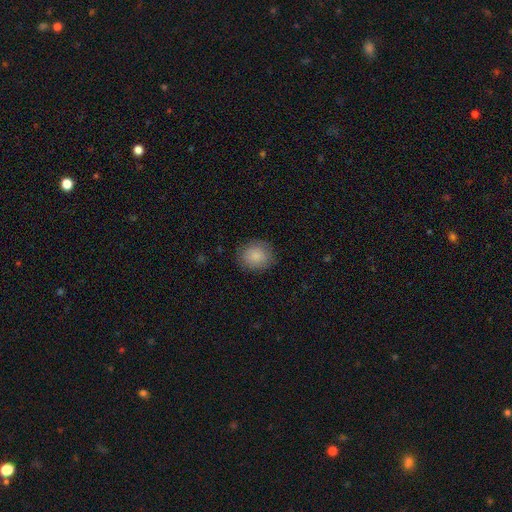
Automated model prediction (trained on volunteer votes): smooth 87%, star or artifact 8%, featured or disk 5%. Down the decision tree: how rounded — round (78%); merging — none (85%).